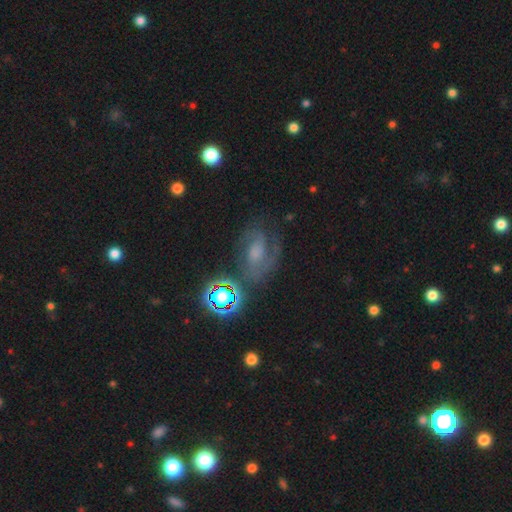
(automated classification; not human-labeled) Smooth or featured: featured or disk — 60% (star or artifact — 20%)
Edge-on disk: no — 96% (yes — 4%)
Bar: no — 52% (weak — 36%)
Spiral arms: yes — 85% (no — 15%)
Bulge size: moderate — 32% (small — 31%)
Merging: none — 57% (minor disturbance — 21%)